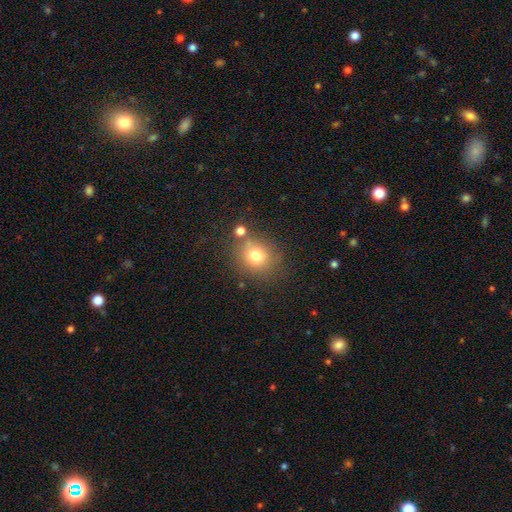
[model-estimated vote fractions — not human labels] smooth-or-featured: smooth: 75% | star or artifact: 14% | featured or disk: 11%
  how-rounded: round: 78% | in between: 21% | cigar-shaped: 1%
  merging: none: 71% | minor disturbance: 13% | merger: 12% | major disturbance: 5%